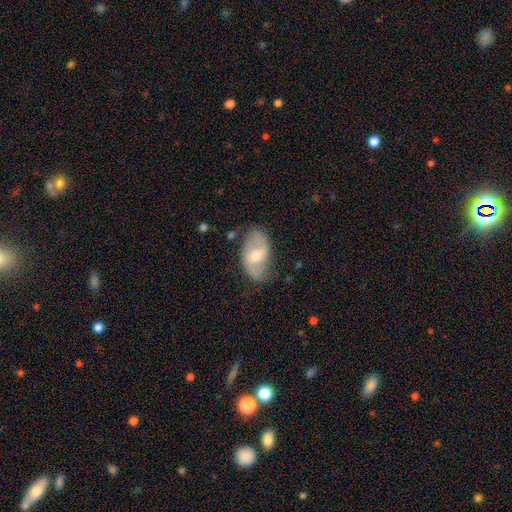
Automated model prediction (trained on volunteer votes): This appears to be a featured or disk galaxy (60%) with a weak bar (48%), spiral arms (78%) and a moderate central bulge (65%). Merging: none (71%).